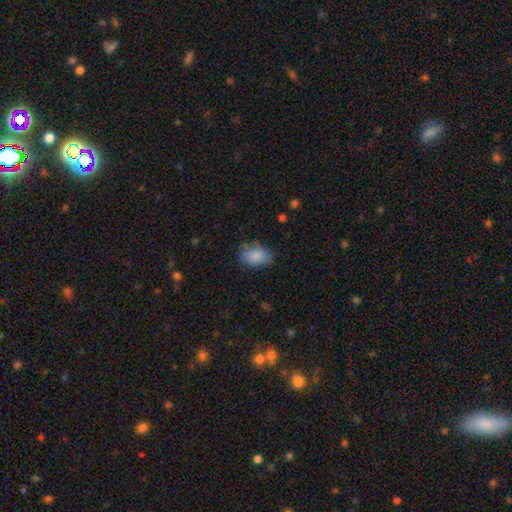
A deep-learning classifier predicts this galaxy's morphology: A smooth galaxy with no disk features (86%) that is in between round and cigar-shaped (88%).

Vote fractions:
- Smooth or featured? smooth: 86% / star or artifact: 7% / featured or disk: 7%
- How rounded? in between: 88% / round: 11% / cigar-shaped: 1%
- Merging? none: 71% / minor disturbance: 21% / major disturbance: 5% / merger: 2%